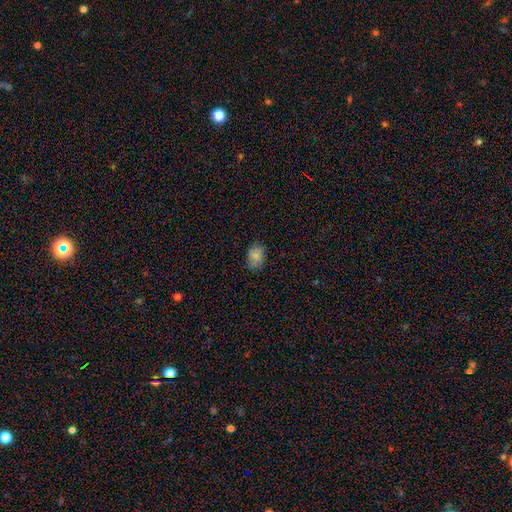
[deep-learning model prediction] Smooth or featured?
  - smooth: 85% *
  - star or artifact: 9%
  - featured or disk: 7%
How rounded?
  - in between: 78% *
  - round: 20%
  - cigar-shaped: 1%
Merging?
  - none: 79% *
  - minor disturbance: 17%
  - major disturbance: 3%
  - merger: 1%